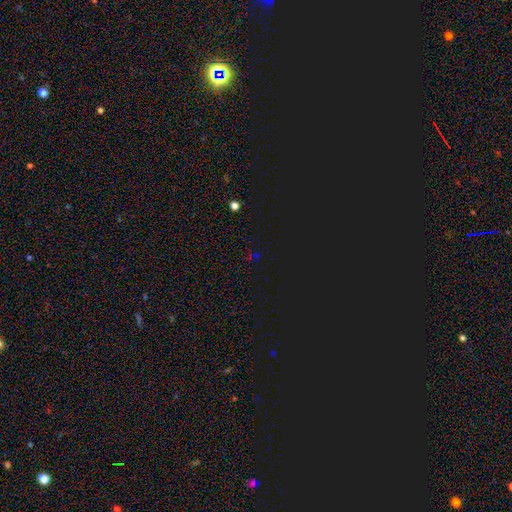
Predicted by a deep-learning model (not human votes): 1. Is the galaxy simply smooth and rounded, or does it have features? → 73% star or artifact, 19% smooth, 7% featured or disk.